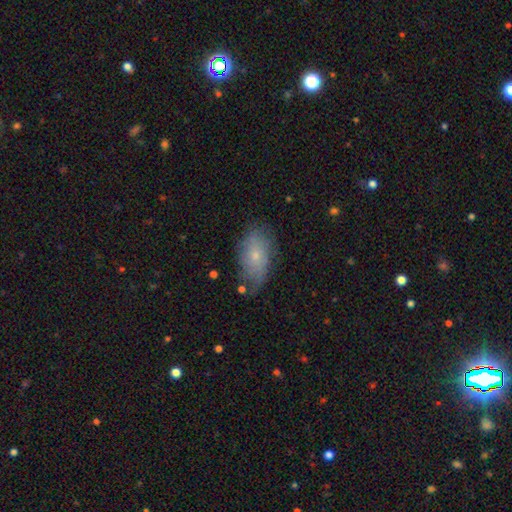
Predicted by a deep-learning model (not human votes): Q: Smooth or featured?
A: smooth (58%); runner-up: featured or disk (34%)
Q: How rounded?
A: in between (90%); runner-up: round (6%)
Q: Merging?
A: none (58%); runner-up: minor disturbance (29%)